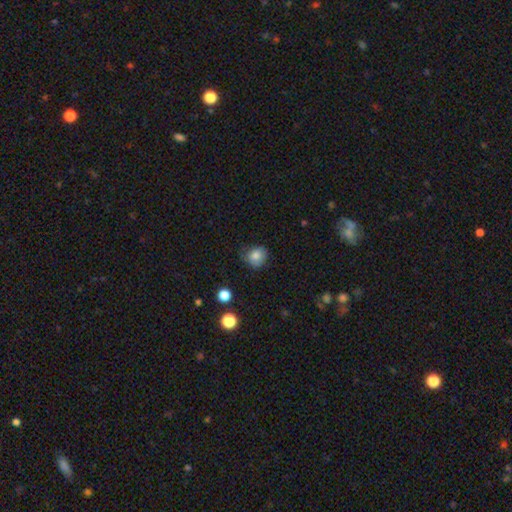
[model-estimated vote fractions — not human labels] This appears to be a smooth galaxy with no disk features (81%) that is round (76%). Merging: none (65%).